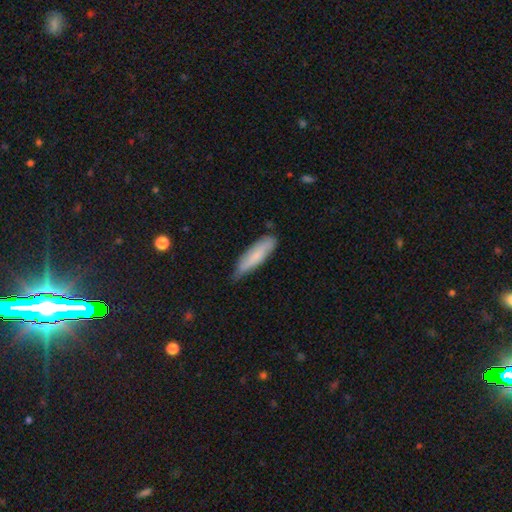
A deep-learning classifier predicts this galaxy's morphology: The model was most divided on "how rounded": cigar-shaped: 70%, in between: 29%, round: 1%. More confident: smooth or featured — smooth (76%); merging — none (70%).